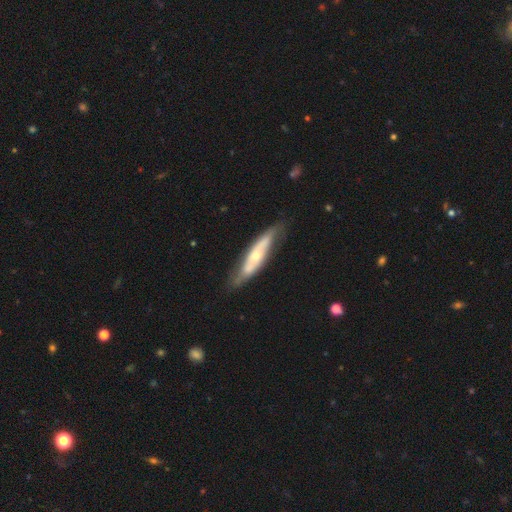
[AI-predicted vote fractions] smooth_or_featured: featured or disk (p=0.61) [alt: smooth p=0.34]
disk_edge_on: no (p=0.54) [alt: yes p=0.46]
merging: none (p=0.70) [alt: minor disturbance p=0.21]